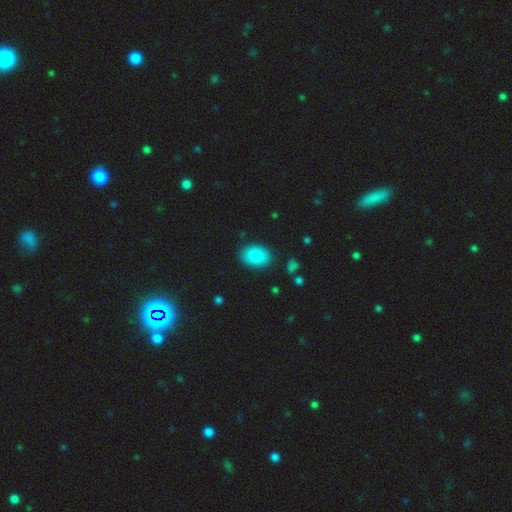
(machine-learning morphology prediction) smooth_or_featured: smooth (p=0.87) [alt: star or artifact p=0.07]
how_rounded: in between (p=0.80) [alt: round p=0.19]
merging: none (p=0.86) [alt: minor disturbance p=0.10]